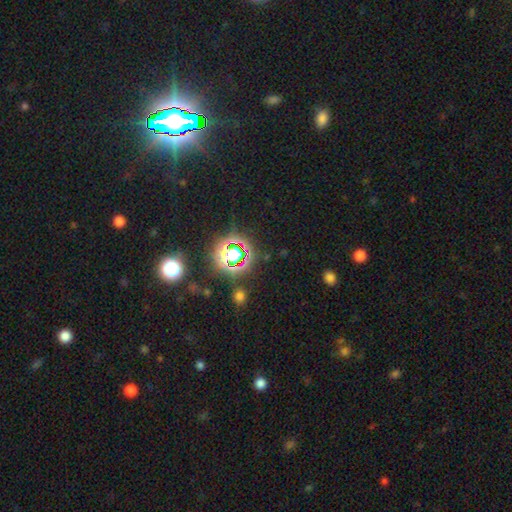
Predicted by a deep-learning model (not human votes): A star or artifact, not a galaxy (80%).

Vote fractions:
- Smooth or featured? star or artifact: 80% / smooth: 13% / featured or disk: 8%